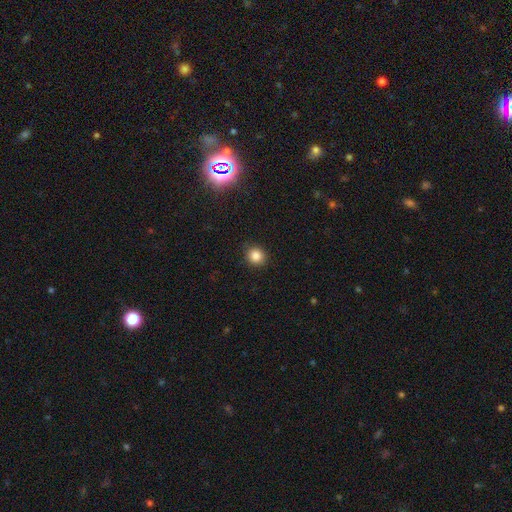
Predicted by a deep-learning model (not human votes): smooth_or_featured: smooth (p=0.84) [alt: star or artifact p=0.11]
how_rounded: round (p=0.89) [alt: in between p=0.10]
merging: none (p=0.90) [alt: minor disturbance p=0.07]